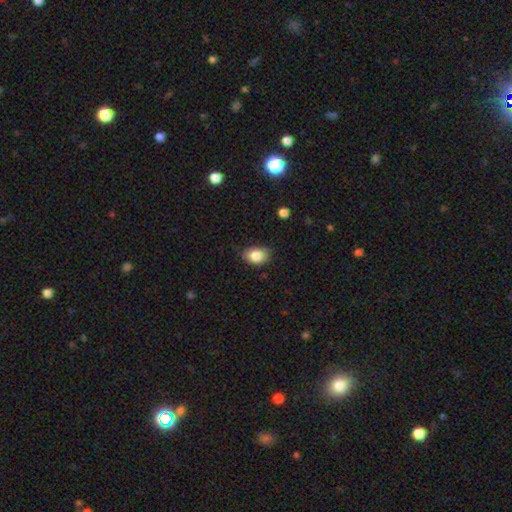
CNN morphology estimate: Overall: smooth (84%). How rounded: in between (70%). Merging: none (66%; minor disturbance 28%).